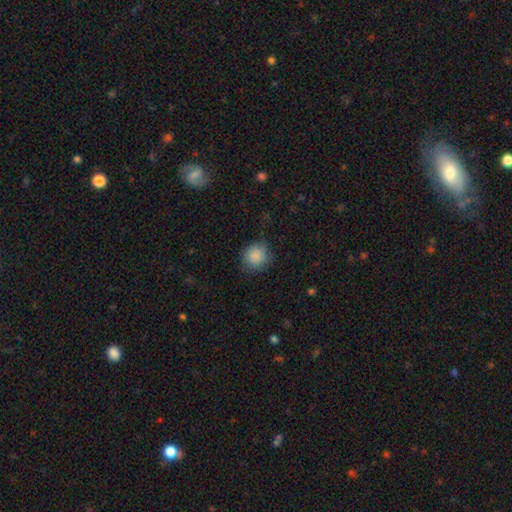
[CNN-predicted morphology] Overall: smooth (88%). How rounded: round (87%). Merging: none (81%).